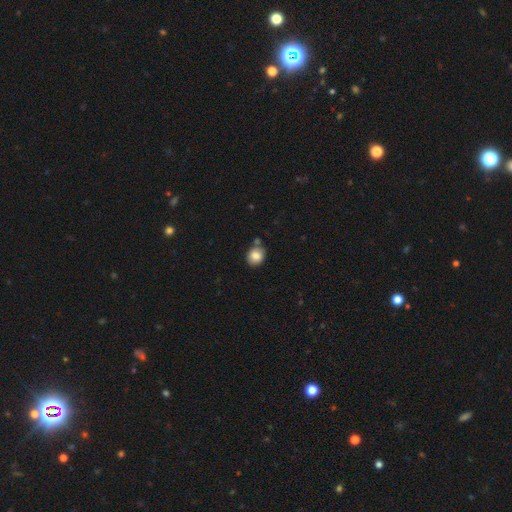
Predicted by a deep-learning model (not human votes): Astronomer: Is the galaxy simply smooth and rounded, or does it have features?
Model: smooth — 84%.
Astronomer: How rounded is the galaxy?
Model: round — 68%.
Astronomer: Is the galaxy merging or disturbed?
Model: none — 69%.